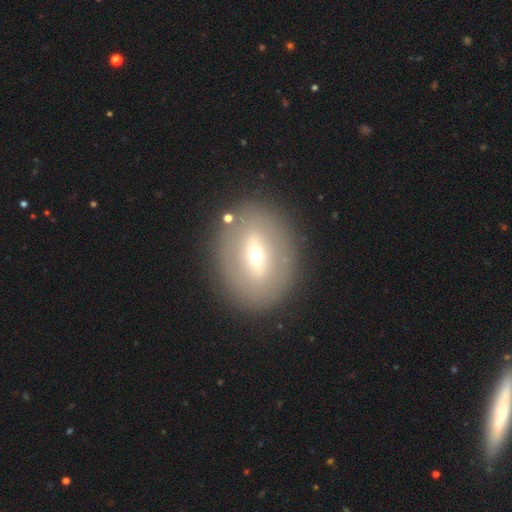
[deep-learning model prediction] This is possibly a featured or disk galaxy (51%). It is clearly not viewed edge-on (84%). Merging: clearly none (85%).